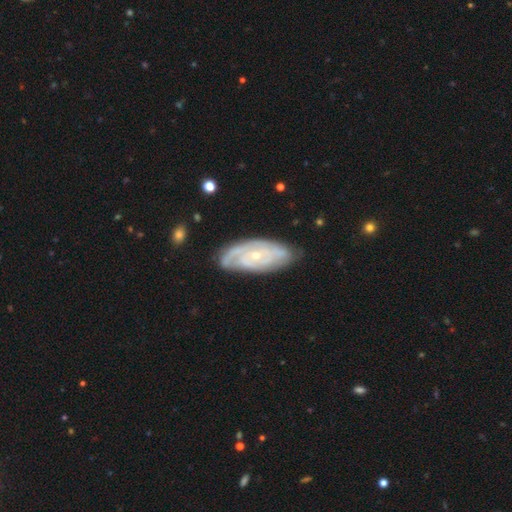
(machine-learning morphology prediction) The model was most divided on "spiral arm count": can't tell: 39%, 2: 30%, 3: 16%, 4: 6%, 1: 6%, more than 4: 4%. More confident: edge-on disk — no (92%); spiral arms — yes (92%); smooth or featured — featured or disk (82%); bar — no (75%); merging — none (73%); spiral winding — tight (71%); bulge size — small (68%).